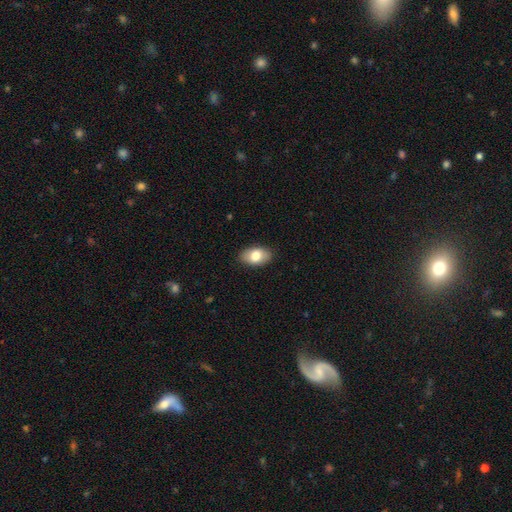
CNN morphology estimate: smooth 79%, featured or disk 14%, star or artifact 7%. Down the decision tree: how rounded — in between (92%); merging — none (88%).